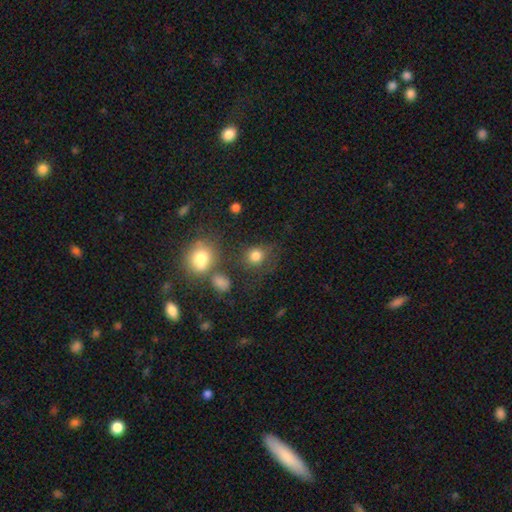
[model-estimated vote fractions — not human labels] This appears to be a smooth galaxy with no disk features (79%) that is round (78%). Merging: none (62%).